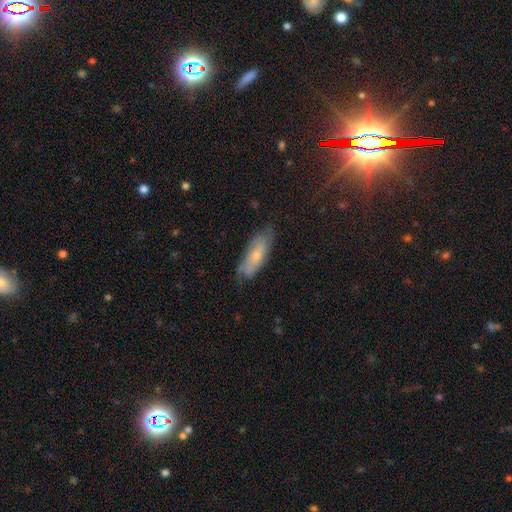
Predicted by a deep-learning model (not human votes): Smooth or featured: featured or disk — 48% (smooth — 45%)
Merging: none — 67% (minor disturbance — 24%)